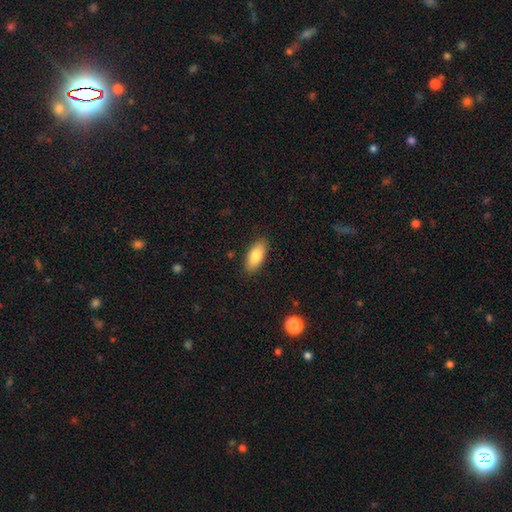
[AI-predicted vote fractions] This is clearly a smooth galaxy (81%). How rounded: clearly in between (86%). Merging: clearly none (87%).